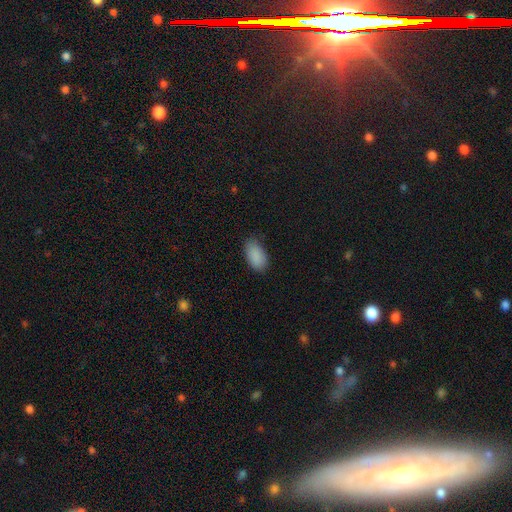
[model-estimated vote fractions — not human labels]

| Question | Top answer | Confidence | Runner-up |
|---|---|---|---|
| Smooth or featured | smooth | 89% | star or artifact (7%) |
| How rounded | in between | 94% | round (4%) |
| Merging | none | 77% | minor disturbance (19%) |